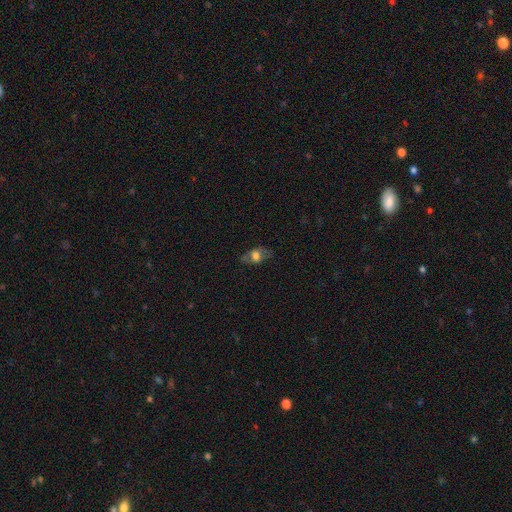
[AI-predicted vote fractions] A smooth galaxy with no disk features (54%) that is in between round and cigar-shaped (81%). Merging: none (69%).